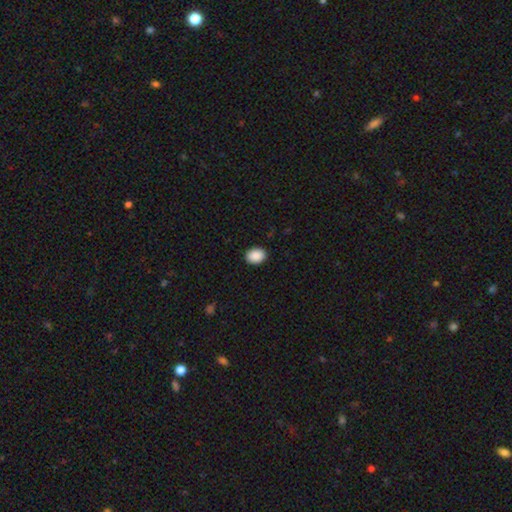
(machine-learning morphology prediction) This appears to be a smooth galaxy with no disk features (90%) that is in between round and cigar-shaped (65%). Merging: none (91%).